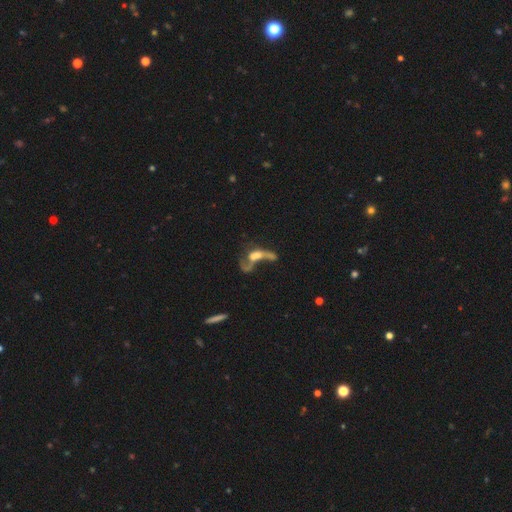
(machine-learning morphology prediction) A featured or disk galaxy (57%).

Vote fractions:
- Smooth or featured? featured or disk: 57% / smooth: 27% / star or artifact: 16%
- Edge-on disk? no: 86% / yes: 14%
- Merging? merger: 41% / major disturbance: 34% / none: 17% / minor disturbance: 9%